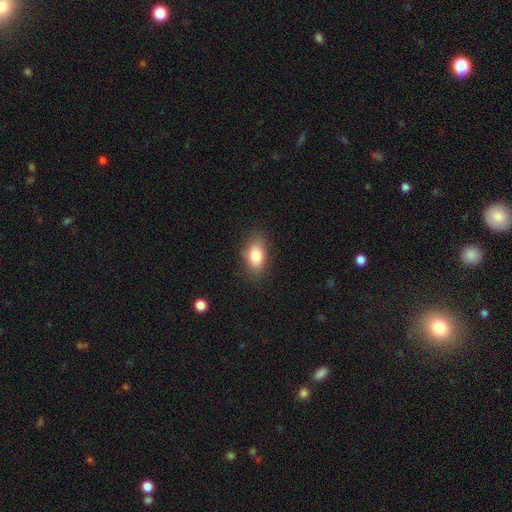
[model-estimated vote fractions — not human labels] This appears to be a smooth galaxy with no disk features (82%) that is in between round and cigar-shaped (88%). Merging: none (81%).